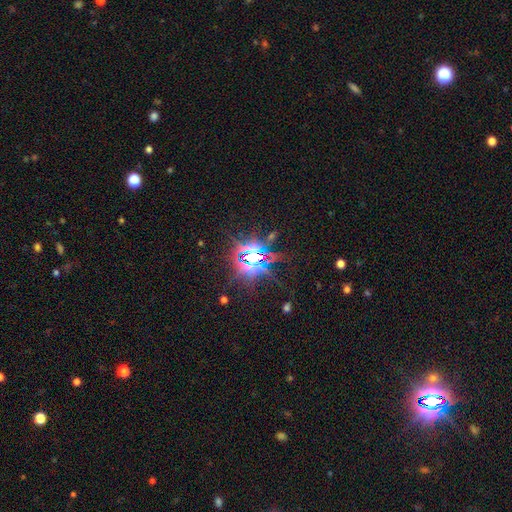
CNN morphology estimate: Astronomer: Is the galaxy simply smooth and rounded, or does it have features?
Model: star or artifact — 79%.